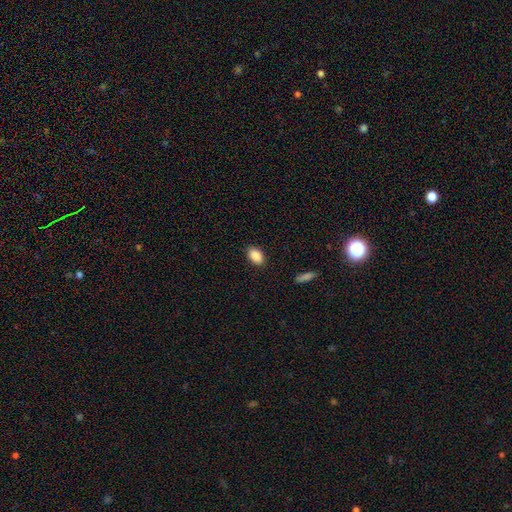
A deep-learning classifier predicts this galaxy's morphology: Overall: smooth (89%). How rounded: in between (90%). Merging: none (88%).